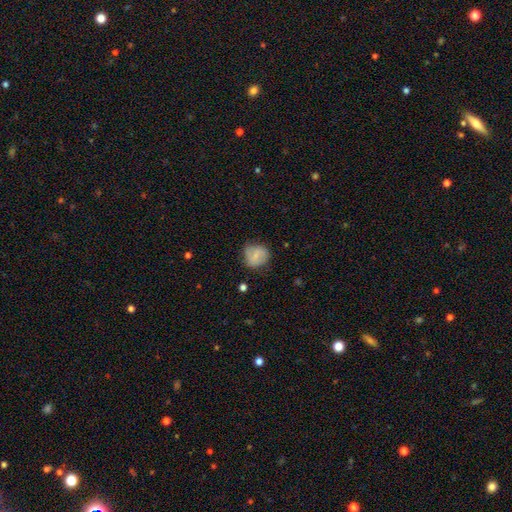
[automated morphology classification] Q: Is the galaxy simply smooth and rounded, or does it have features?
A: smooth — 70%.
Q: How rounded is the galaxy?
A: round — 80%.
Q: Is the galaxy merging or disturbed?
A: none — 67%.